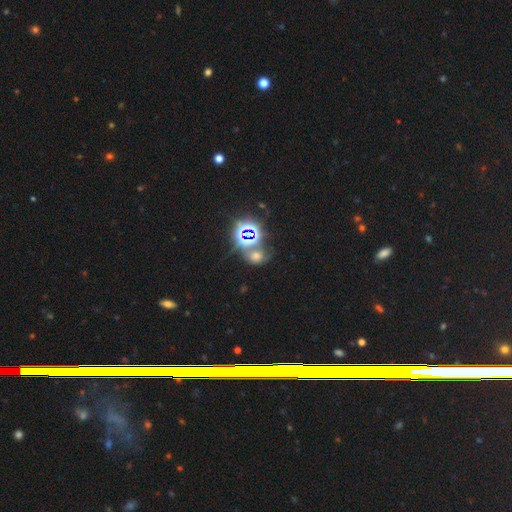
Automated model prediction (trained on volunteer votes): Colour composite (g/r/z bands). It shows a star or artifact, not a galaxy (50%).